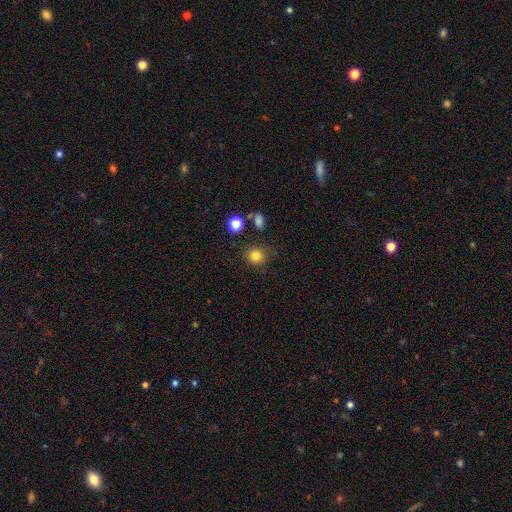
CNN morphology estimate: This appears to be a smooth galaxy with no disk features (81%) that is round (88%). Merging: none (84%).